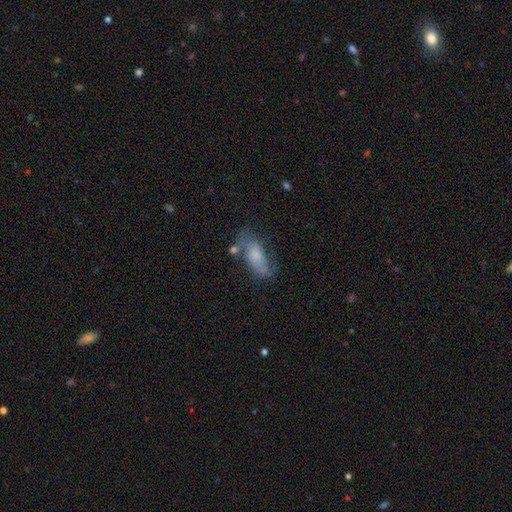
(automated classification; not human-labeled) Smooth or featured? smooth (60%)
How rounded? in between (75%)
Merging? none (53%)